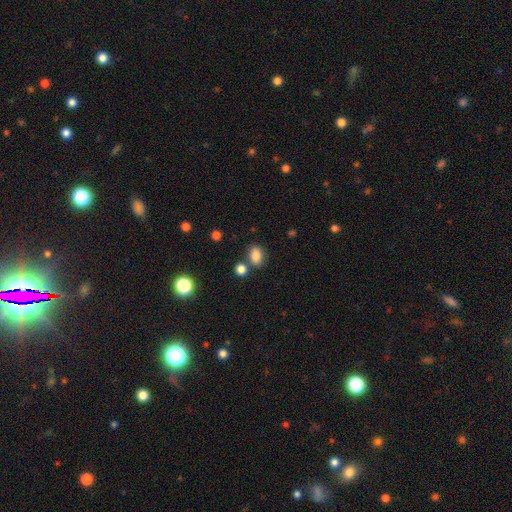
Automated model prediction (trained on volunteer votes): smooth-or-featured: smooth: 84% | star or artifact: 11% | featured or disk: 5%
  how-rounded: in between: 76% | round: 23% | cigar-shaped: 1%
  merging: none: 72% | minor disturbance: 13% | merger: 12% | major disturbance: 4%